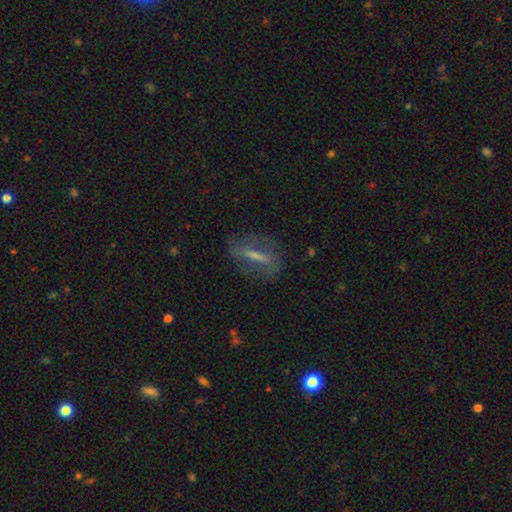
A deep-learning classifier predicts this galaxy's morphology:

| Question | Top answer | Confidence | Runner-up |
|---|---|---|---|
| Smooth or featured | featured or disk | 50% | smooth (38%) |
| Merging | none | 74% | minor disturbance (15%) |